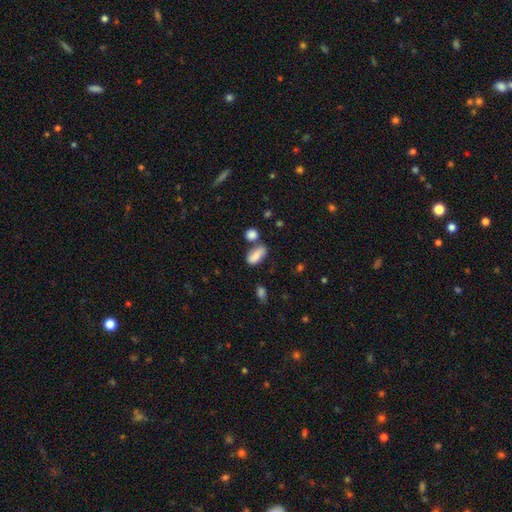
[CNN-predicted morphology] The model was most divided on "merging": none: 53%, merger: 21%, minor disturbance: 19%, major disturbance: 7%. More confident: how rounded — in between (86%); smooth or featured — smooth (73%).